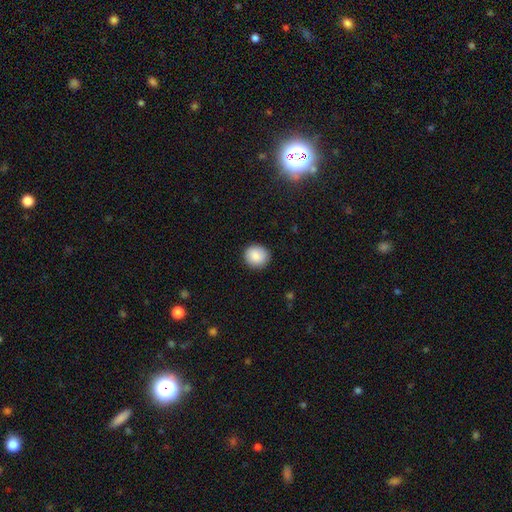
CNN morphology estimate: This appears to be a smooth galaxy with no disk features (88%) that is round (87%). Merging: none (90%).